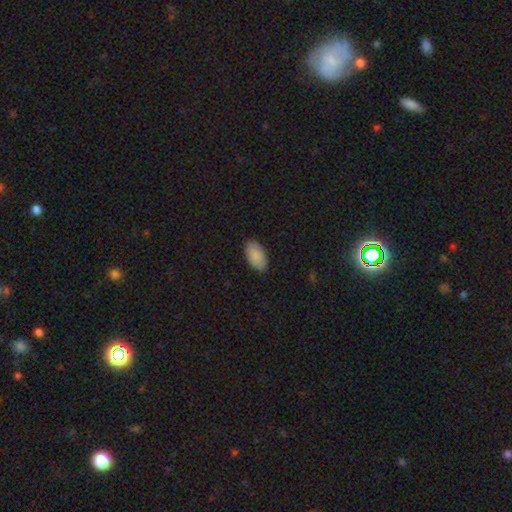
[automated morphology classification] Overall: smooth (89%). How rounded: in between (95%). Merging: none (87%).